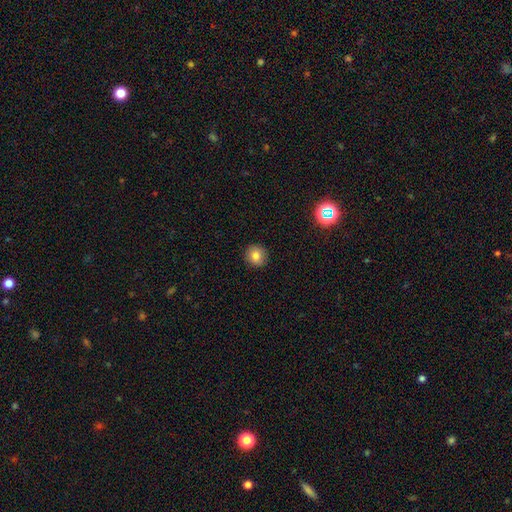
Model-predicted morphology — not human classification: The model was most divided on "smooth or featured": smooth: 81%, star or artifact: 11%, featured or disk: 8%. More confident: how rounded — round (92%); merging — none (91%).